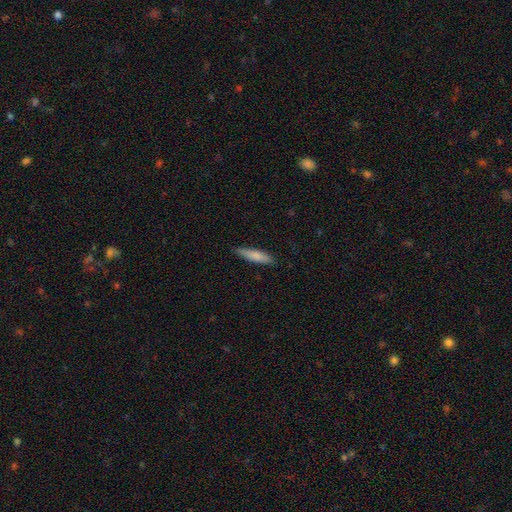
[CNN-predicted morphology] A smooth galaxy with no disk features (78%) that is cigar-shaped (80%). Merging: none (83%).